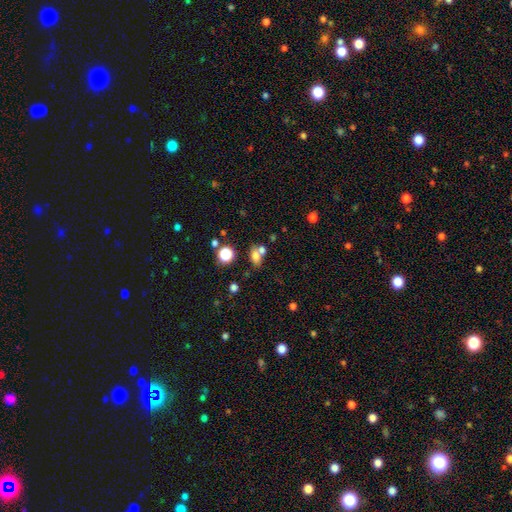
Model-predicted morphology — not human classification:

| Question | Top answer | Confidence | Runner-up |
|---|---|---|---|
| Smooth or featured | smooth | 71% | star or artifact (16%) |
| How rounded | in between | 68% | round (29%) |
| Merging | none | 43% | merger (42%) |